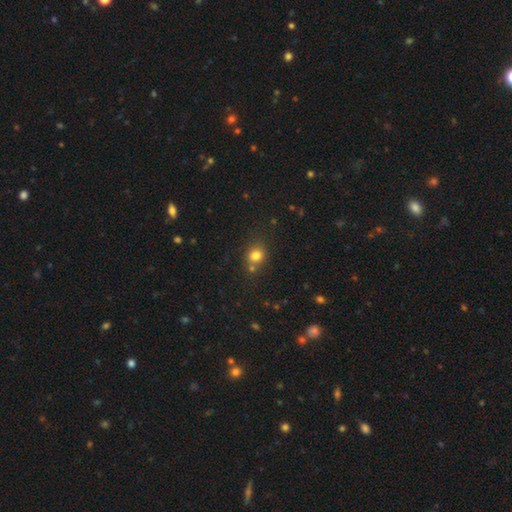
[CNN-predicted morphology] Overall: smooth (78%). How rounded: round (71%). Merging: none (65%).